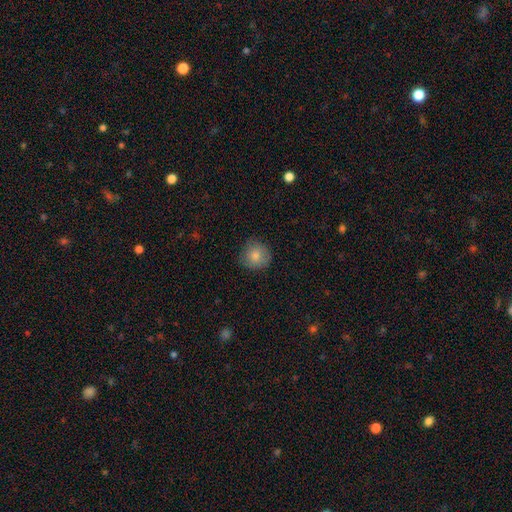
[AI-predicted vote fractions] smooth 82%, featured or disk 9%, star or artifact 9%. Down the decision tree: how rounded — round (90%); merging — none (81%).